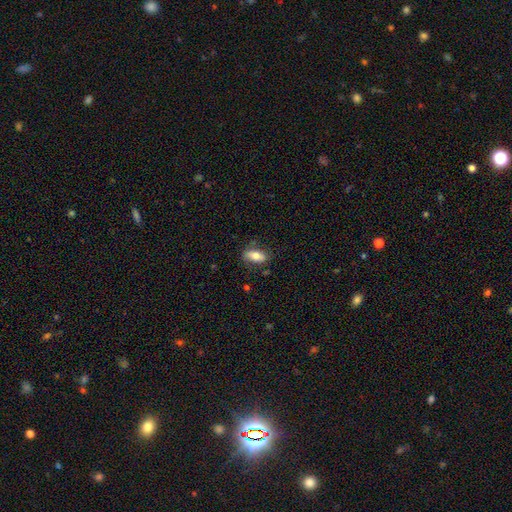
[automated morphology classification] Smooth or featured: smooth — 69% (featured or disk — 24%)
How rounded: in between — 83% (cigar-shaped — 13%)
Merging: none — 76% (minor disturbance — 18%)